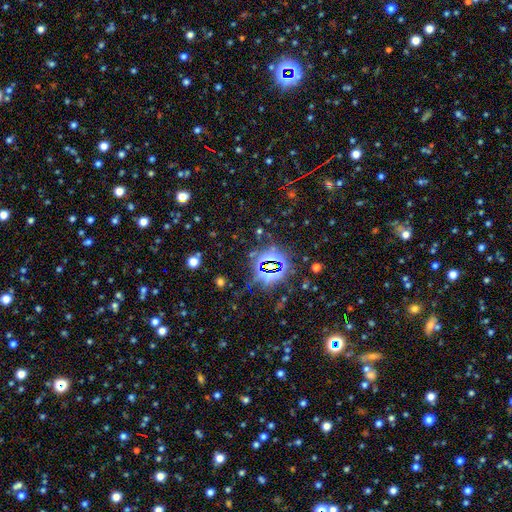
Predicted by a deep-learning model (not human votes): smooth_or_featured: star or artifact (p=0.79) [alt: smooth p=0.13]